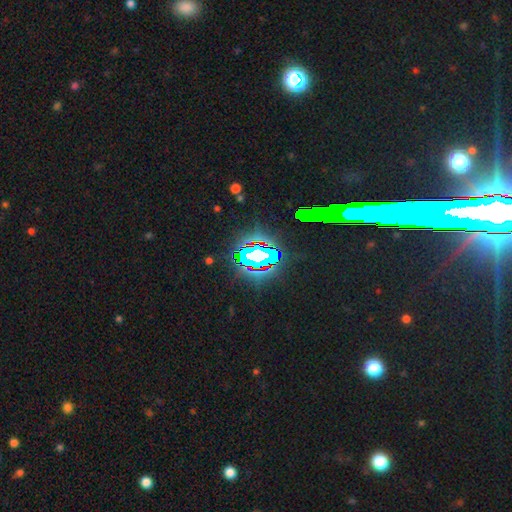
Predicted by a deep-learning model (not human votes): smooth-or-featured: star or artifact: 68% | smooth: 16% | featured or disk: 16%